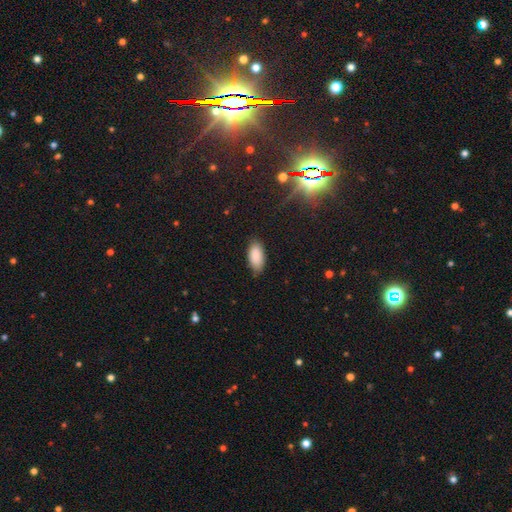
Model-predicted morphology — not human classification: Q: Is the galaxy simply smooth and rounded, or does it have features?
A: smooth — 88%.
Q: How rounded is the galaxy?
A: in between — 92%.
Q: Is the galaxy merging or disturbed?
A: none — 78%.